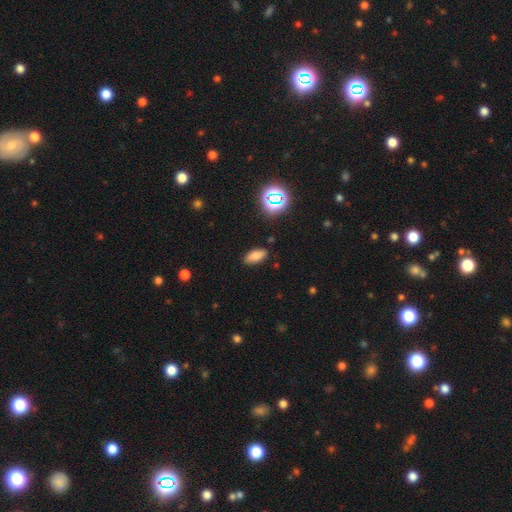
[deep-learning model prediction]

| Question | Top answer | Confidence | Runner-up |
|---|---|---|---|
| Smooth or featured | smooth | 76% | star or artifact (14%) |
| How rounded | in between | 87% | cigar-shaped (9%) |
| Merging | none | 87% | minor disturbance (9%) |